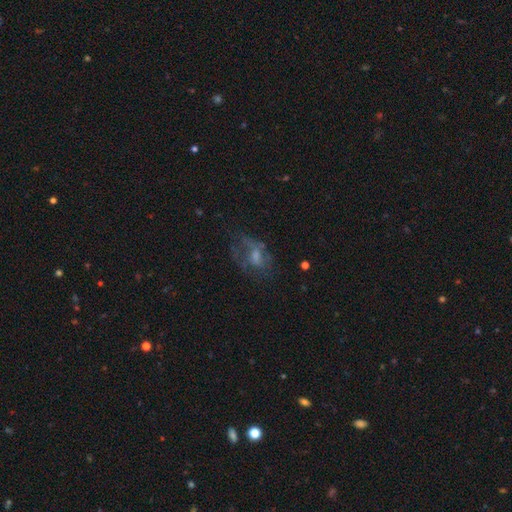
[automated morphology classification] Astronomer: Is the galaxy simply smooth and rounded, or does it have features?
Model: featured or disk — 53% (runner-up: smooth, 30%).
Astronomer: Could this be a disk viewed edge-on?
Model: no — 95%.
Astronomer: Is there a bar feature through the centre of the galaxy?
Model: no — 67%.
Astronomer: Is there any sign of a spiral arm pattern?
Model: no — 55% (runner-up: yes, 45%).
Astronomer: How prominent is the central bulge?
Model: moderate — 41% (runner-up: small, 30%).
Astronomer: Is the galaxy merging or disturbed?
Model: none — 44% (runner-up: major disturbance, 31%).